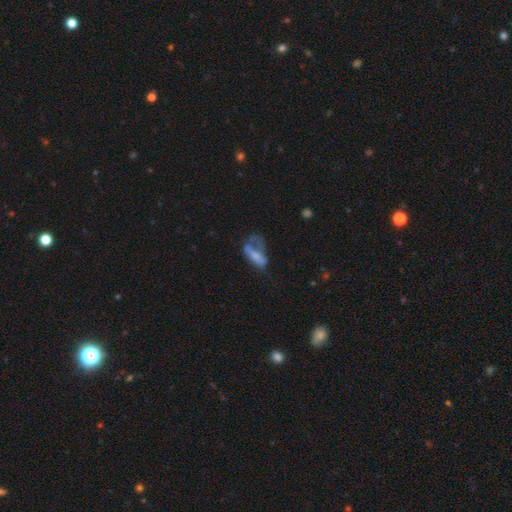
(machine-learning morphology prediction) smooth 51%, featured or disk 37%, star or artifact 11%. Down the decision tree: how rounded — in between (78%); merging — major disturbance (49%).